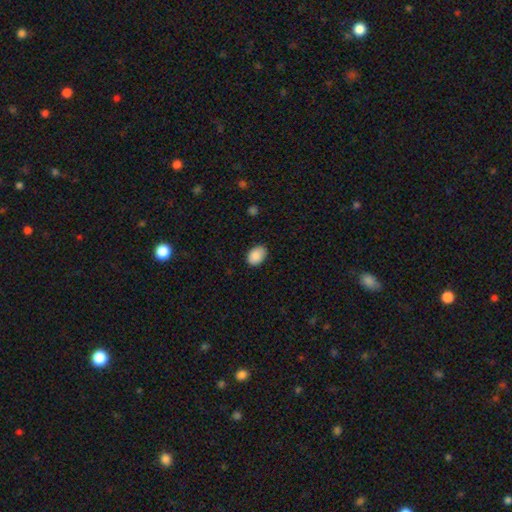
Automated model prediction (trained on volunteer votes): Smooth or featured? Predicted: smooth (p=0.90). How rounded? Predicted: in between (p=0.83). Merging? Predicted: none (p=0.81).